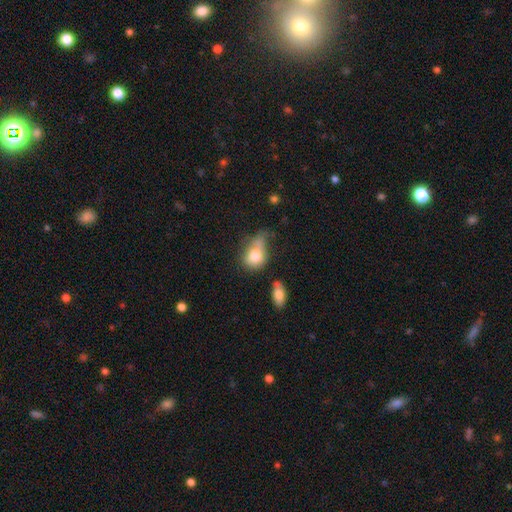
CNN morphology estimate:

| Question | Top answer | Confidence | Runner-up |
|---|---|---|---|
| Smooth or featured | smooth | 75% | featured or disk (15%) |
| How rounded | in between | 59% | round (39%) |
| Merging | minor disturbance | 31% | major disturbance (26%) |